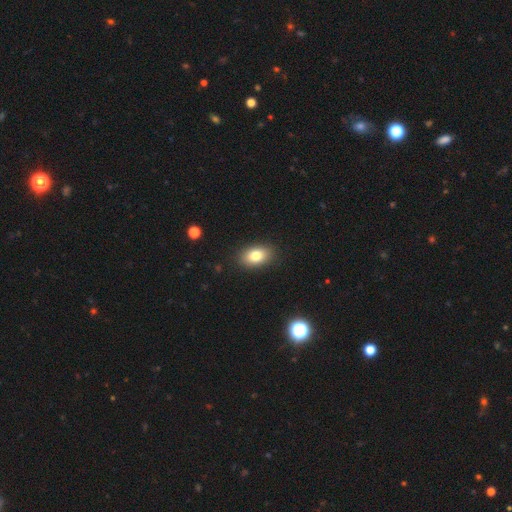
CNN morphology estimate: A smooth galaxy with no disk features (80%) that is in between round and cigar-shaped (88%).

Vote fractions:
- Smooth or featured? smooth: 80% / featured or disk: 11% / star or artifact: 9%
- How rounded? in between: 88% / round: 10% / cigar-shaped: 2%
- Merging? none: 88% / minor disturbance: 8% / major disturbance: 2% / merger: 1%